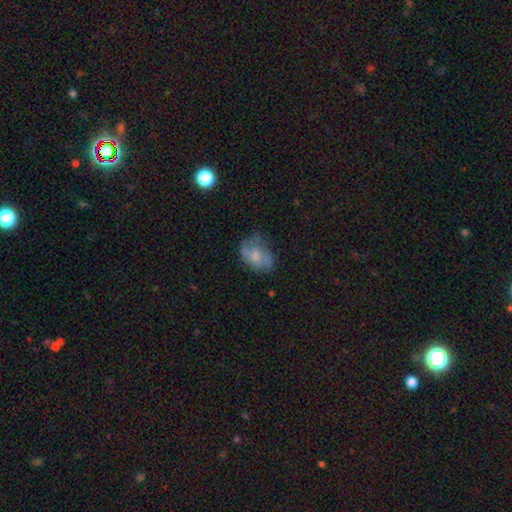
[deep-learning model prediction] Morphology: type=featured or disk (50%); edge-on=no (96%); merging=none (50%).